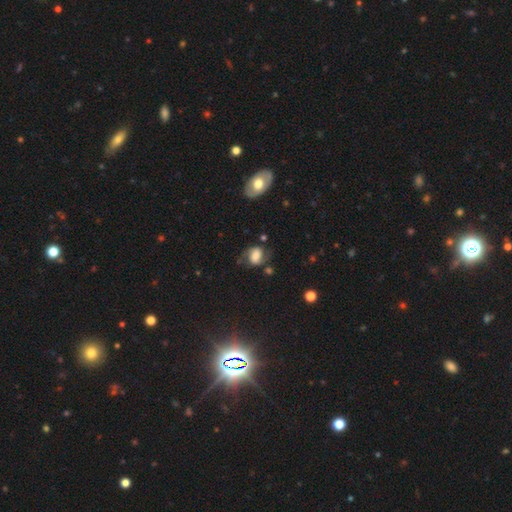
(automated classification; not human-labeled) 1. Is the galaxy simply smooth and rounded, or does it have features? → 48% featured or disk, 42% smooth, 10% star or artifact.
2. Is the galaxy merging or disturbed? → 56% none, 25% minor disturbance, 15% major disturbance, 5% merger.